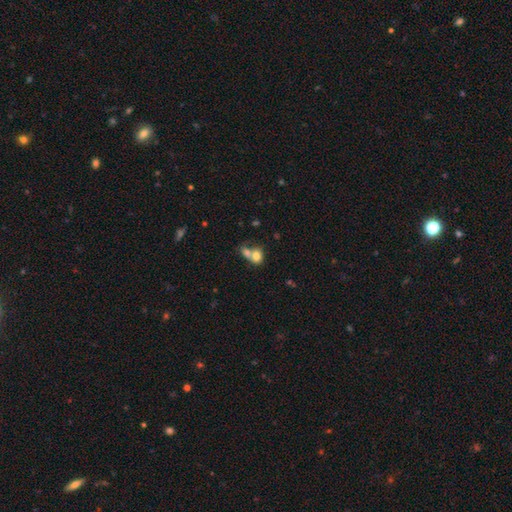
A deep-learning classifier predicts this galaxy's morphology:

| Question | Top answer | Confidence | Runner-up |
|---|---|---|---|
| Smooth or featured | smooth | 75% | featured or disk (15%) |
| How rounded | in between | 55% | round (44%) |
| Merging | merger | 62% | none (25%) |